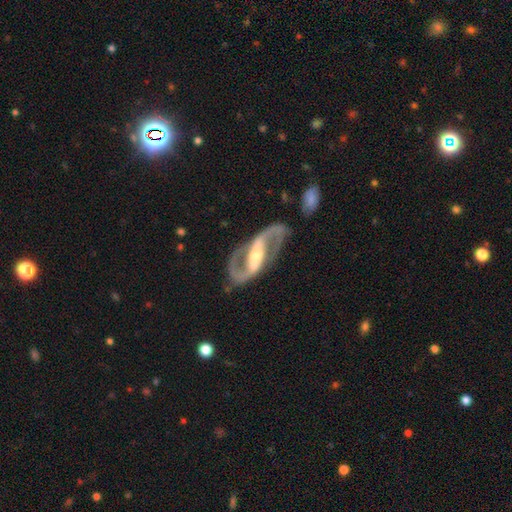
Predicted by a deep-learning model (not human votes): smooth-or-featured: featured or disk: 90% | smooth: 6% | star or artifact: 4%
  disk-edge-on: no: 94% | yes: 6%
    bar: strong: 66% | weak: 22% | no: 12%
    has-spiral-arms: yes: 91% | no: 9%
      spiral-winding: medium: 52% | loose: 28% | tight: 19%
      spiral-arm-count: 2: 92% | can't tell: 3% | 1: 2% | 3: 1% | 4: 1% | more than 4: 1%
    bulge-size: moderate: 57% | small: 32% | large: 8% | none: 2% | dominant: 1%
  merging: none: 78% | minor disturbance: 12% | major disturbance: 8% | merger: 2%